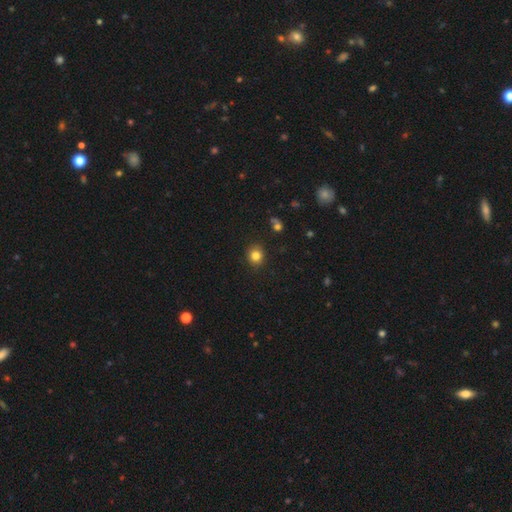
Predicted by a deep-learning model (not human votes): A smooth galaxy with no disk features (82%) that is round (81%).

Vote fractions:
- Smooth or featured? smooth: 82% / star or artifact: 12% / featured or disk: 6%
- How rounded? round: 81% / in between: 18% / cigar-shaped: 1%
- Merging? none: 90% / minor disturbance: 7% / major disturbance: 2% / merger: 1%